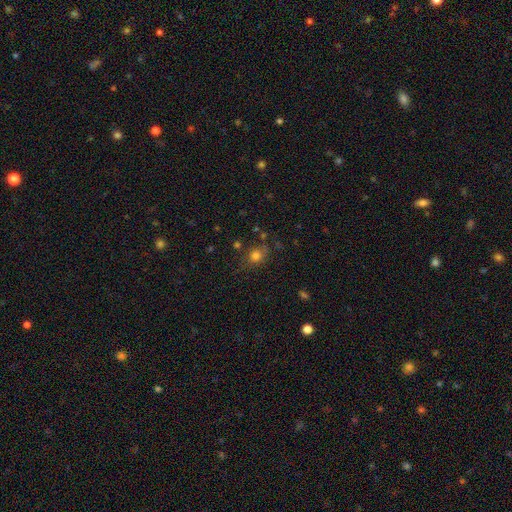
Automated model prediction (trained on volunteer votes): smooth 75%, star or artifact 16%, featured or disk 9%. Down the decision tree: how rounded — round (71%); merging — none (70%).